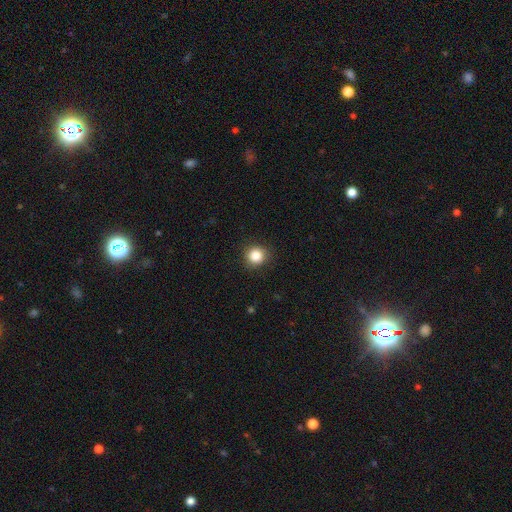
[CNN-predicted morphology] This is clearly a smooth galaxy (85%). How rounded: clearly round (91%). Merging: clearly none (89%).